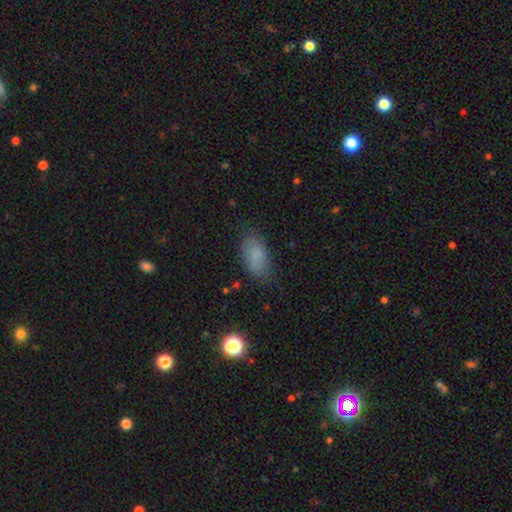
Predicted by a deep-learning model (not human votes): Smooth or featured: smooth — 82% (star or artifact — 10%)
How rounded: in between — 90% (cigar-shaped — 6%)
Merging: none — 78% (minor disturbance — 16%)